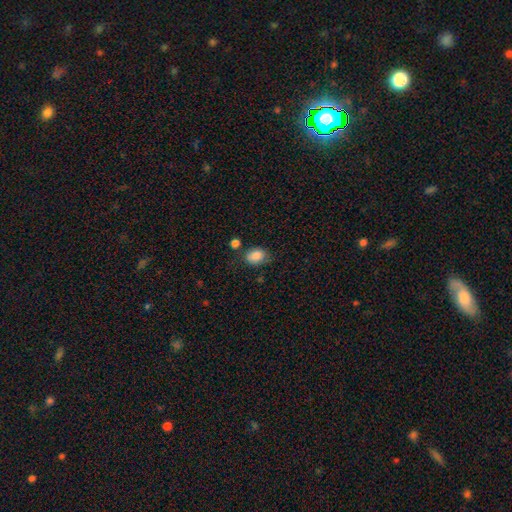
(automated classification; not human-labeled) Smooth or featured? Predicted: smooth (p=0.86). How rounded? Predicted: in between (p=0.73). Merging? Predicted: none (p=0.67).